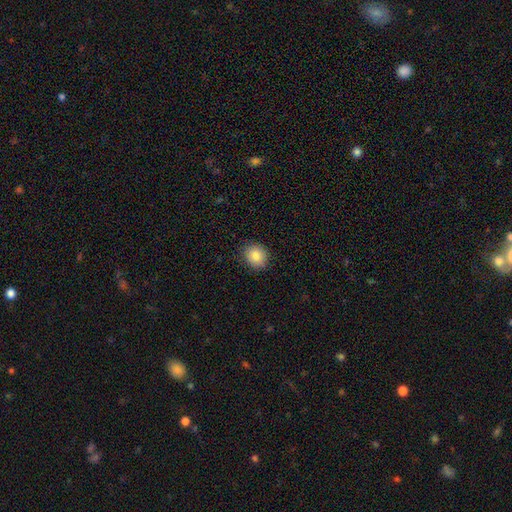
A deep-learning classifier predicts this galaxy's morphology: Q: Smooth or featured?
A: smooth (84%); runner-up: star or artifact (9%)
Q: How rounded?
A: round (74%); runner-up: in between (26%)
Q: Merging?
A: none (88%); runner-up: minor disturbance (9%)